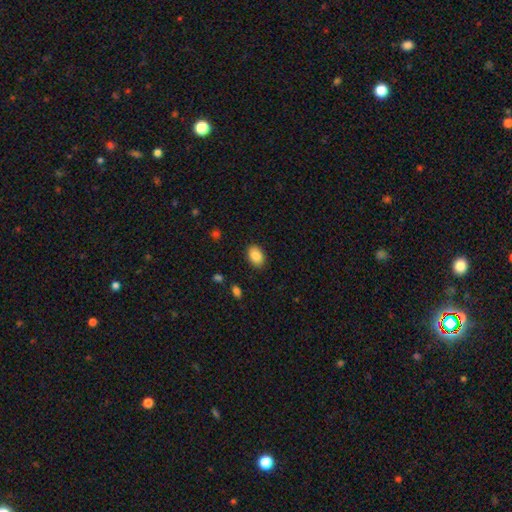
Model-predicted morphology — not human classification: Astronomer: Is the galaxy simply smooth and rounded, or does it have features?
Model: smooth — 88%.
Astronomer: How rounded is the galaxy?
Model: in between — 86%.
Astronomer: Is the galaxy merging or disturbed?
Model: none — 87%.